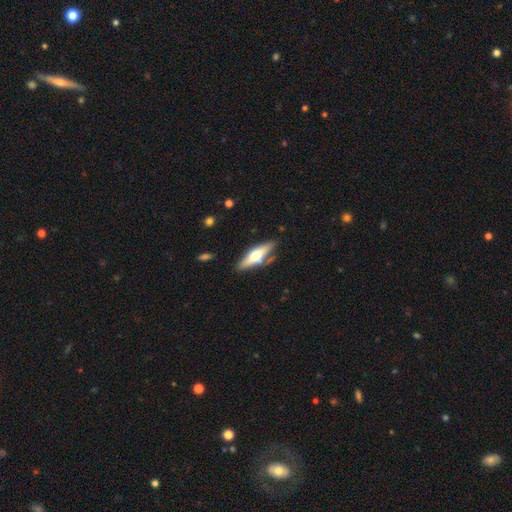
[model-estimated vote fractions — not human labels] A featured or disk galaxy (50%) viewed edge-on (89%). Merging: none (74%).